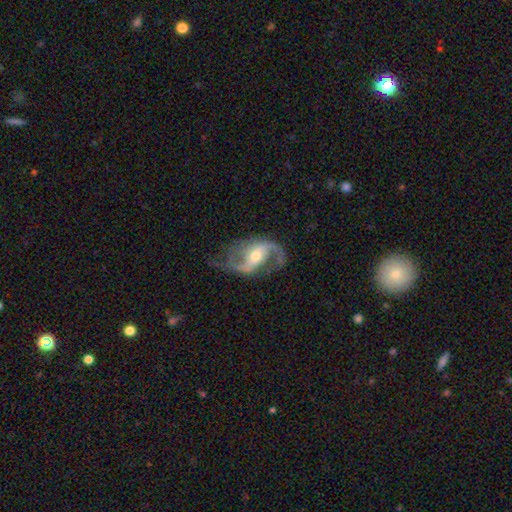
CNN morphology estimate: A featured or disk galaxy (89%) with a weak bar (42%), 2 (90%) loose (58%) spiral arms (96%) and a moderate central bulge (60%). Merging: none (67%).